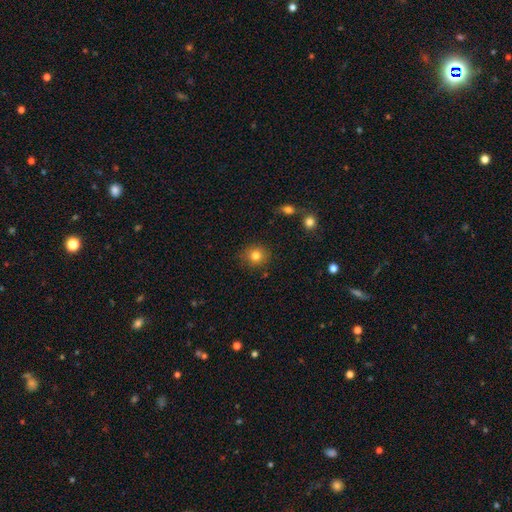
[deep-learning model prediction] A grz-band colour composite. It shows a smooth galaxy with no disk features (81%) that is round (85%). Merging: none (86%).